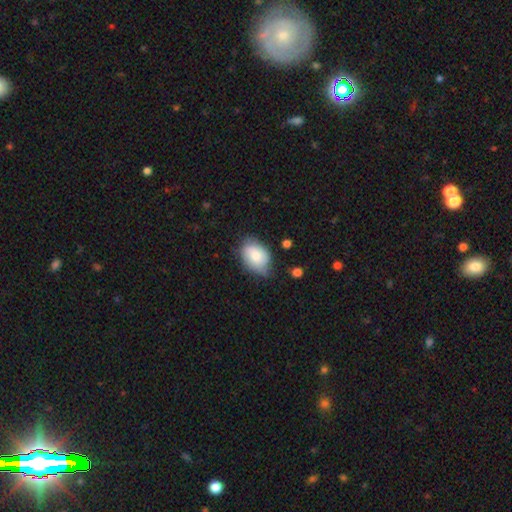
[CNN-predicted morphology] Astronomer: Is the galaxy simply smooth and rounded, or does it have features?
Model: smooth — 78%.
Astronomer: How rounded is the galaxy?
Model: in between — 81%.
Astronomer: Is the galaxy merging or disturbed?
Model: none — 56% (runner-up: minor disturbance, 34%).